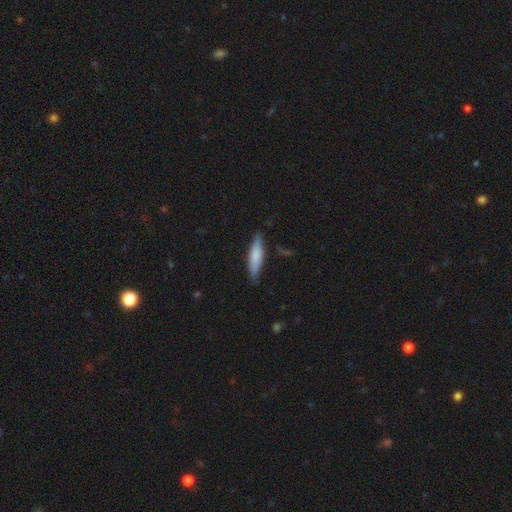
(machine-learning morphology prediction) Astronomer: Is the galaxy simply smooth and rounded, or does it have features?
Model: smooth — 77%.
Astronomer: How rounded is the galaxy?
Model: cigar-shaped — 72%.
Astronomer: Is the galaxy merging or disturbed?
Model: none — 80%.